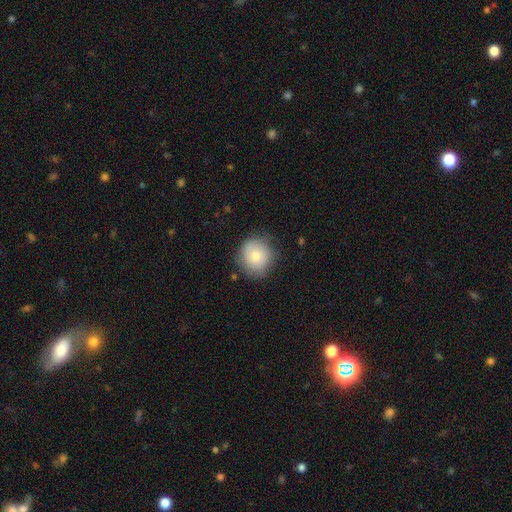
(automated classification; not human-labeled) Q: Smooth or featured?
A: smooth (74%); runner-up: featured or disk (17%)
Q: How rounded?
A: round (88%); runner-up: in between (11%)
Q: Merging?
A: none (77%); runner-up: minor disturbance (17%)